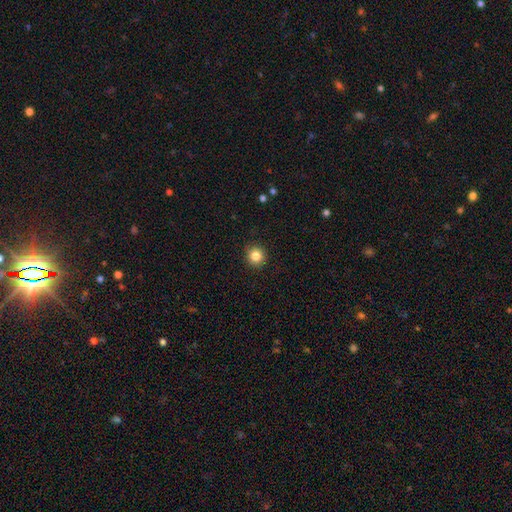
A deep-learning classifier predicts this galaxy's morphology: The model was most divided on "smooth or featured": smooth: 85%, star or artifact: 10%, featured or disk: 5%. More confident: how rounded — round (93%); merging — none (91%).